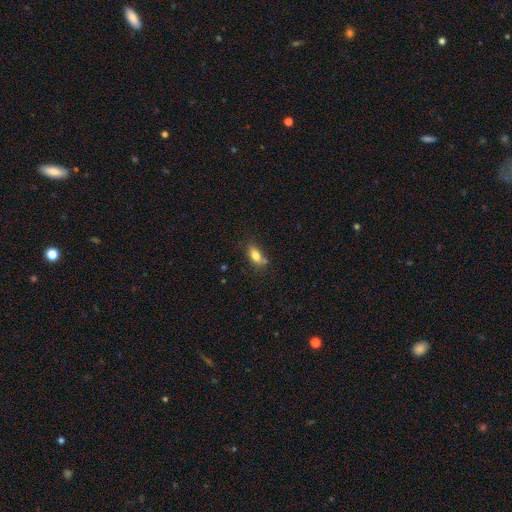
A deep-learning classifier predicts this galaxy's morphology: Smooth or featured? smooth (78%)
How rounded? in between (83%)
Merging? none (61%)